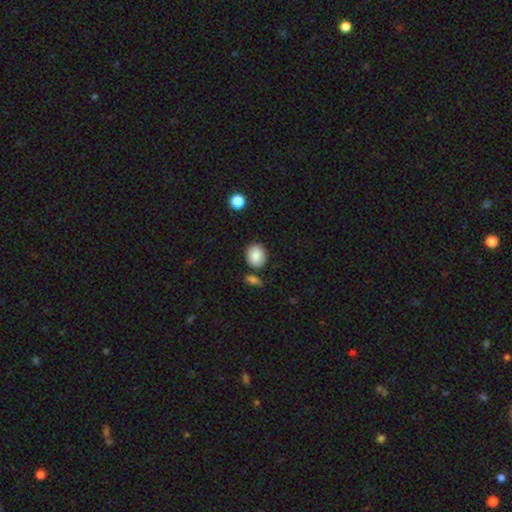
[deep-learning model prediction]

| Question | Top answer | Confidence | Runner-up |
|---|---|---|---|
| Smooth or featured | smooth | 87% | star or artifact (8%) |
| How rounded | round | 56% | in between (43%) |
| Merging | none | 80% | minor disturbance (11%) |